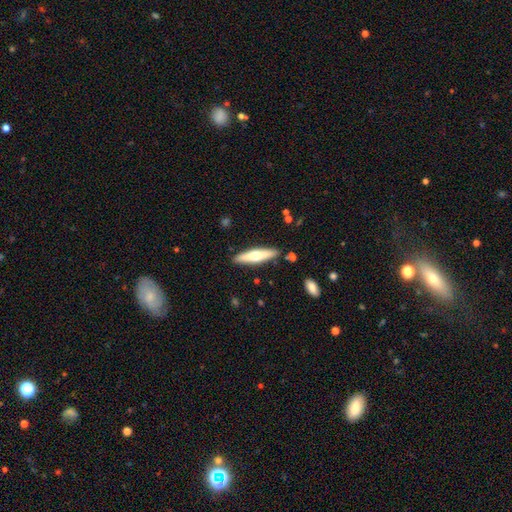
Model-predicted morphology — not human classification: Smooth or featured? smooth (49%)
Merging? none (88%)